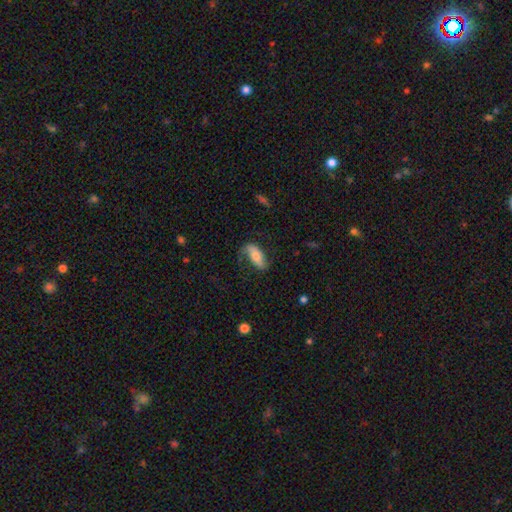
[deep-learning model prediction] smooth_or_featured: smooth (p=0.53) [alt: featured or disk p=0.40]
how_rounded: in between (p=0.79) [alt: cigar-shaped p=0.17]
merging: none (p=0.58) [alt: minor disturbance p=0.25]